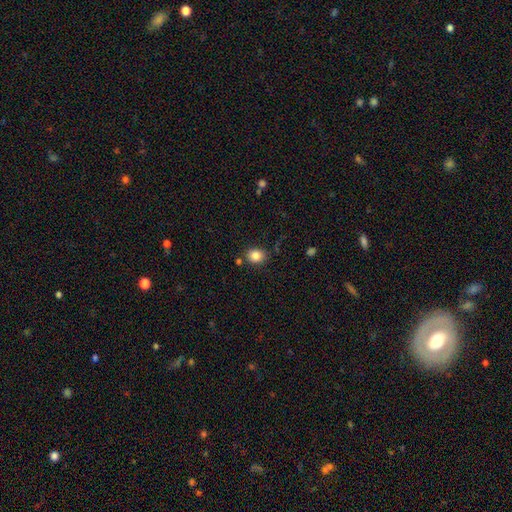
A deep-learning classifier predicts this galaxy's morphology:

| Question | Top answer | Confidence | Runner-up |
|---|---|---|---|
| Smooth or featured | smooth | 84% | star or artifact (10%) |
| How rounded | round | 57% | in between (42%) |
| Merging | none | 79% | minor disturbance (12%) |